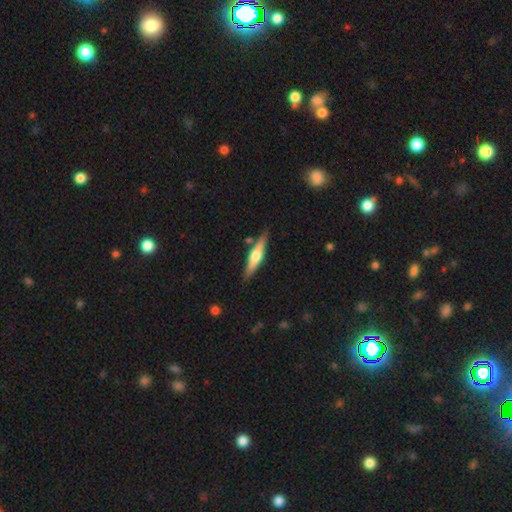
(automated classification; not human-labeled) This is likely a featured or disk galaxy (60%). It is clearly viewed edge-on (95%). Edge-on bulge: clearly rounded (88%). Merging: clearly none (83%).